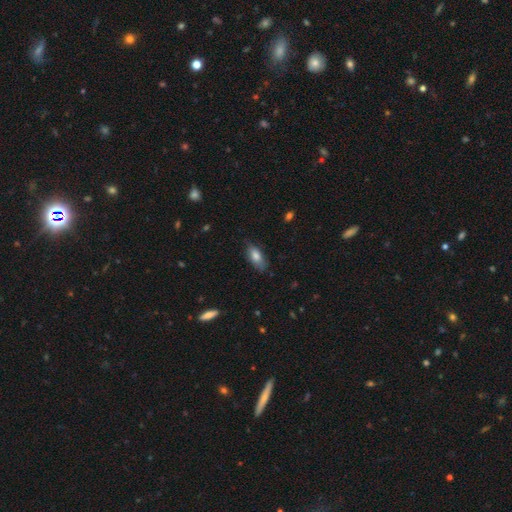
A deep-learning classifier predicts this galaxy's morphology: Smooth or featured? smooth (78%)
How rounded? in between (81%)
Merging? none (74%)